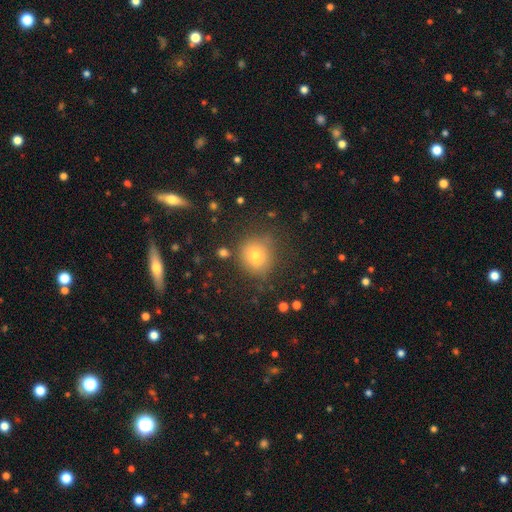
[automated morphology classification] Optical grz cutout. It shows a smooth galaxy with no disk features (72%) that is round (77%). Merging: none (69%).